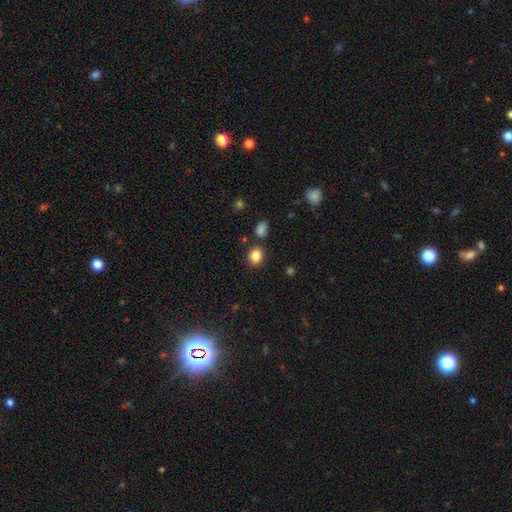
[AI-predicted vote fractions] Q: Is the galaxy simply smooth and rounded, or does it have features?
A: smooth — 85%.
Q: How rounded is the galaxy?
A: round — 54%.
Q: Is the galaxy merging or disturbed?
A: none — 81%.